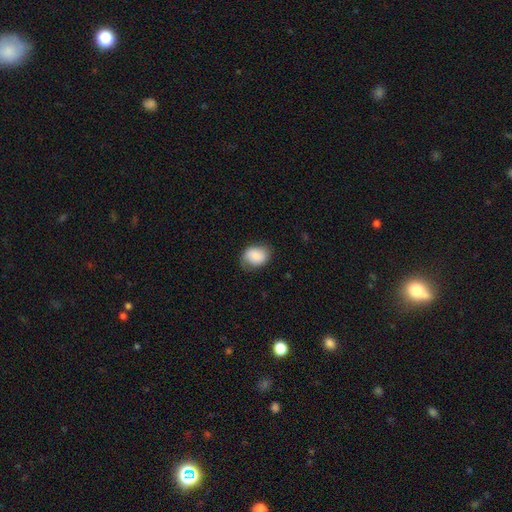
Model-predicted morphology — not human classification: Smooth or featured? smooth (80%)
How rounded? in between (58%)
Merging? none (71%)